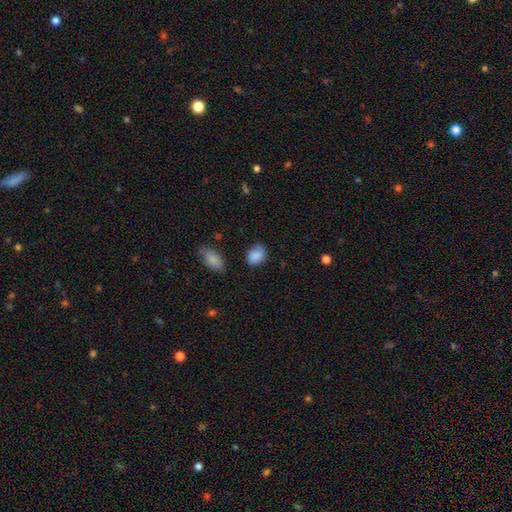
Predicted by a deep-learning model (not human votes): Smooth or featured? Predicted: smooth (p=0.85). How rounded? Predicted: in between (p=0.65). Merging? Predicted: none (p=0.71).